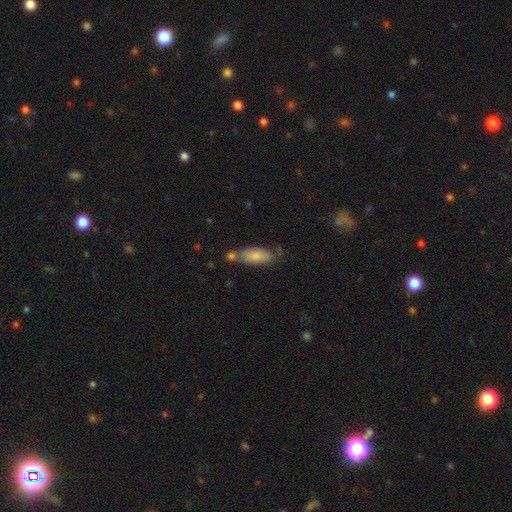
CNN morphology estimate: Smooth or featured? Predicted: smooth (p=0.78). How rounded? Predicted: in between (p=0.69). Merging? Predicted: none (p=0.50).